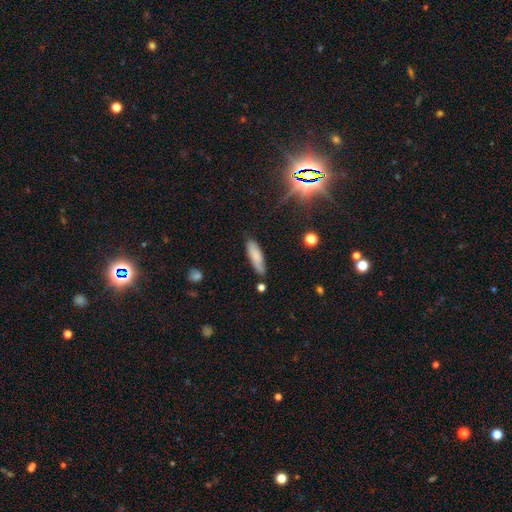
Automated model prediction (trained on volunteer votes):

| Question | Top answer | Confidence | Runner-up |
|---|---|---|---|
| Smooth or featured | smooth | 74% | featured or disk (18%) |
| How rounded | cigar-shaped | 50% | in between (48%) |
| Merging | none | 73% | minor disturbance (19%) |